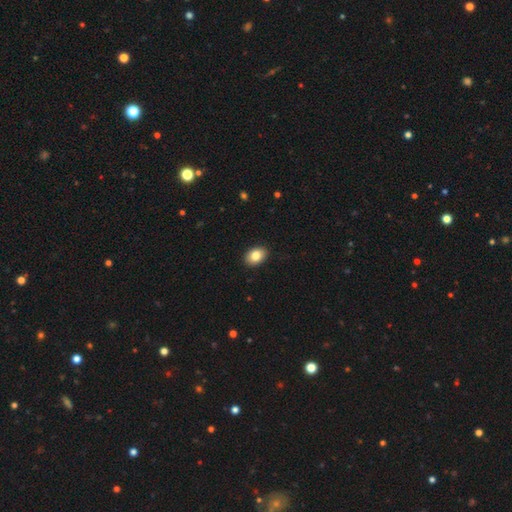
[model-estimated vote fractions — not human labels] Smooth or featured?
  - smooth: 84% *
  - star or artifact: 8%
  - featured or disk: 8%
How rounded?
  - in between: 78% *
  - round: 21%
  - cigar-shaped: 1%
Merging?
  - none: 91% *
  - minor disturbance: 7%
  - major disturbance: 2%
  - merger: 1%